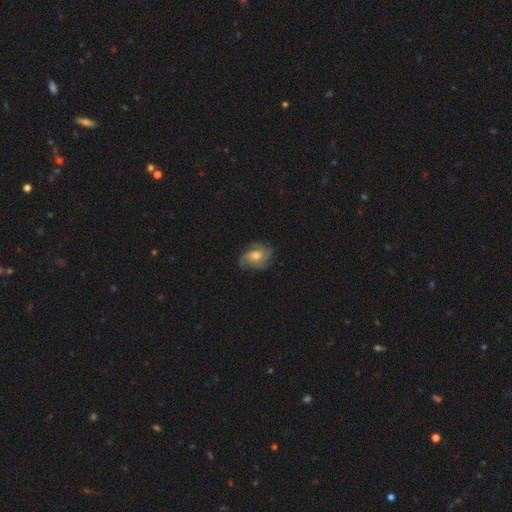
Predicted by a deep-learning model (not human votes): The model was most divided on "spiral winding": medium: 46%, tight: 38%, loose: 16%. Remaining: edge-on disk — no (97%); spiral arms — yes (94%); merging — none (74%); smooth or featured — featured or disk (71%); bar — no (69%); bulge size — moderate (65%); spiral arm count — 3 (40%).